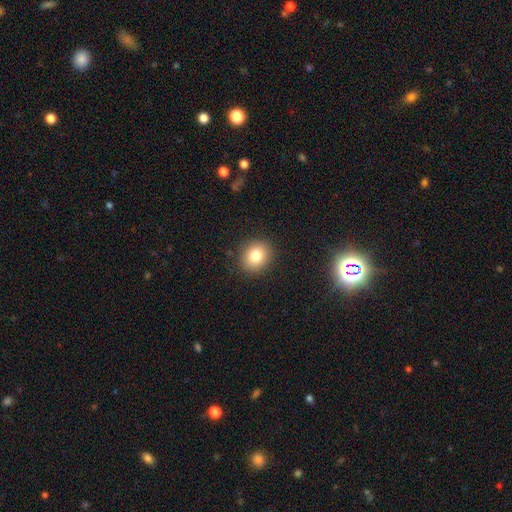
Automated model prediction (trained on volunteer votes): This appears to be a smooth galaxy with no disk features (80%) that is round (73%). Merging: none (89%).